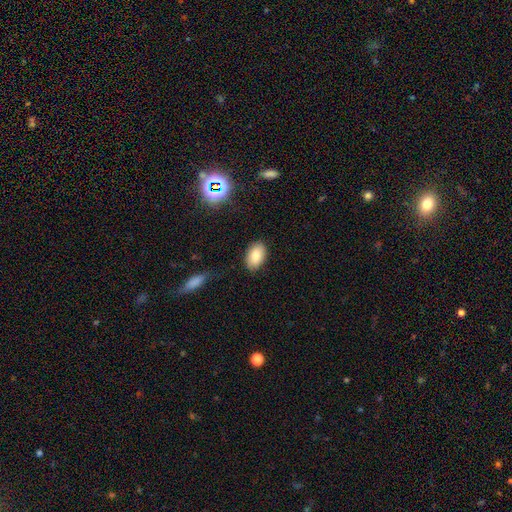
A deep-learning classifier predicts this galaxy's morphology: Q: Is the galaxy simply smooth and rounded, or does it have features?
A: smooth — 83%.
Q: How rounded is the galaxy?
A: in between — 92%.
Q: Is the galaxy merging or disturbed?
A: none — 84%.